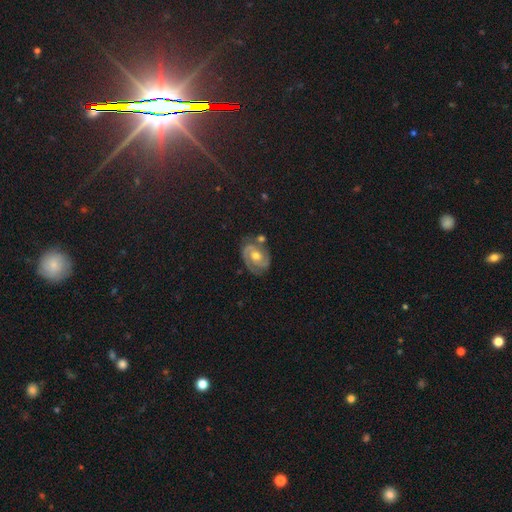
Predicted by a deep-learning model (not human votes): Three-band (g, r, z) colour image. It shows a featured or disk galaxy (83%) with no bar (60%), 2 (86%) tight (55%) spiral arms (95%) and a moderate central bulge (75%). Merging: none (74%).